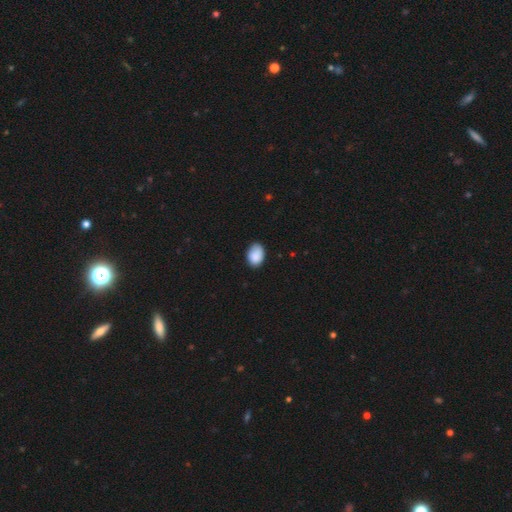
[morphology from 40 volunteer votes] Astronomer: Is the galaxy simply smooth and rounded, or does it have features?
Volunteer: smooth — 98%.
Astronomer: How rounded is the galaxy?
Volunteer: in between — 79%.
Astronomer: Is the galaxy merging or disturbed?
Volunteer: none — 75%.